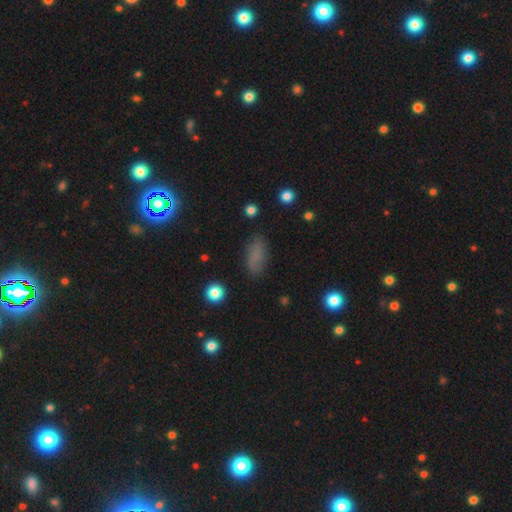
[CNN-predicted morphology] smooth_or_featured: smooth (p=0.76) [alt: star or artifact p=0.13]
how_rounded: in between (p=0.82) [alt: cigar-shaped p=0.14]
merging: none (p=0.78) [alt: minor disturbance p=0.15]